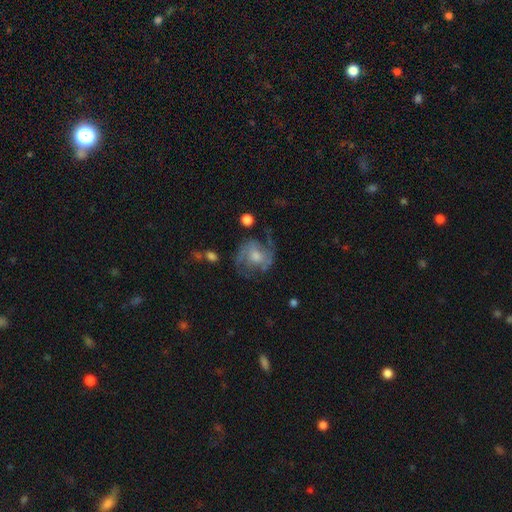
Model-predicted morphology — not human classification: This is likely a featured or disk galaxy (76%). It is clearly not viewed edge-on (97%). Bar: likely no (62%). Spiral arm pattern: clearly yes (90%). Spiral arm count: likely 2 (68%). Spiral winding: possibly medium (50%). Central bulge: possibly moderate (55%). Merging: likely none (64%).